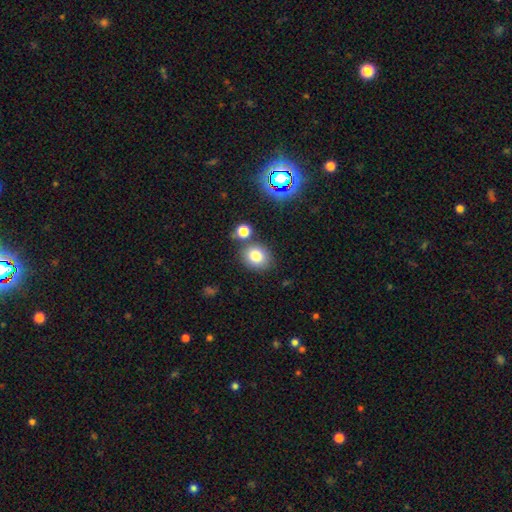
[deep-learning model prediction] smooth-or-featured: smooth: 80% | star or artifact: 12% | featured or disk: 8%
  how-rounded: round: 58% | in between: 41% | cigar-shaped: 1%
  merging: none: 73% | merger: 13% | minor disturbance: 11% | major disturbance: 4%